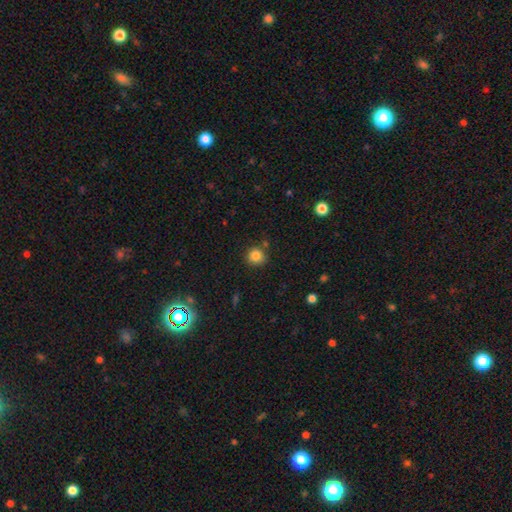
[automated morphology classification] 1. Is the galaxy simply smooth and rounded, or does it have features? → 83% smooth, 11% star or artifact, 5% featured or disk.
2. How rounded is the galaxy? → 91% round, 8% in between, 1% cigar-shaped.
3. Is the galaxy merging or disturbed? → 80% none, 11% minor disturbance, 6% merger, 3% major disturbance.